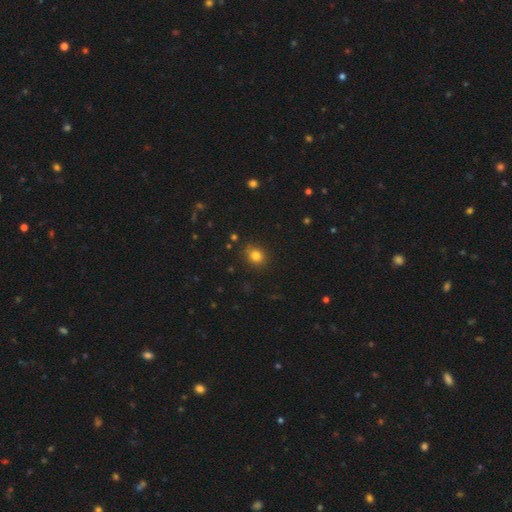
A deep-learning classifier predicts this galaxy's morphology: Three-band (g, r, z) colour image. It shows a smooth galaxy with no disk features (81%) that is round (73%). Merging: none (82%).